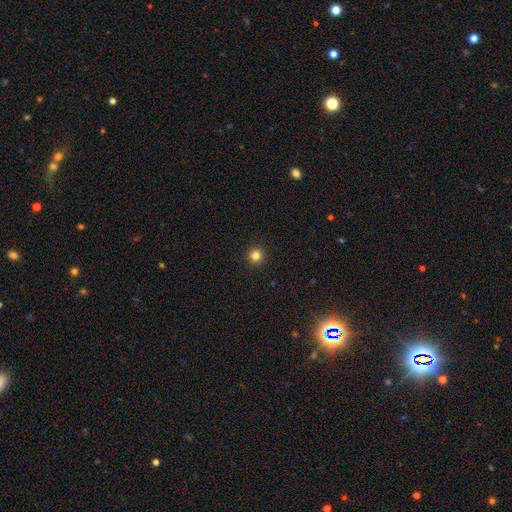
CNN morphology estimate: smooth-or-featured: smooth: 82% | star or artifact: 14% | featured or disk: 4%
  how-rounded: round: 96% | in between: 3% | cigar-shaped: 1%
  merging: none: 94% | minor disturbance: 4% | major disturbance: 1% | merger: 1%